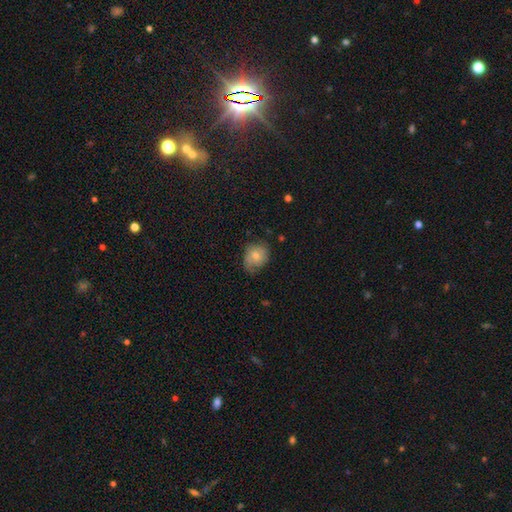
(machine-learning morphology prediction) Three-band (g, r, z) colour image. It shows a smooth galaxy with no disk features (65%) that is round (50%). Merging: none (55%).